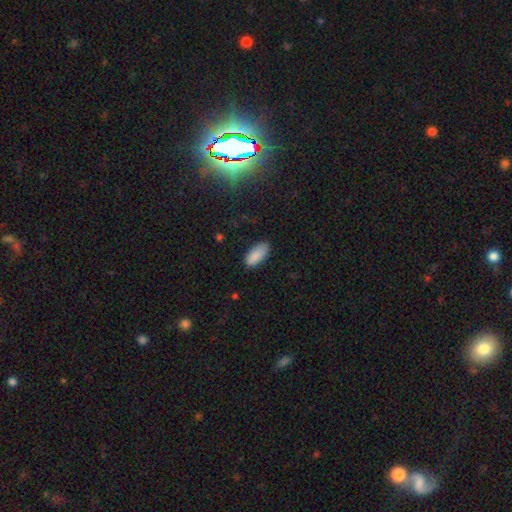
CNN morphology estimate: Smooth or featured? smooth (88%)
How rounded? in between (88%)
Merging? none (80%)